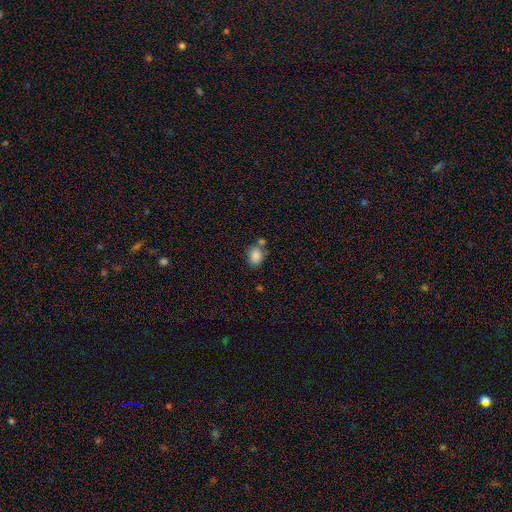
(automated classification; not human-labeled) A smooth galaxy with no disk features (85%) that is in between round and cigar-shaped (60%).

Vote fractions:
- Smooth or featured? smooth: 85% / star or artifact: 9% / featured or disk: 6%
- How rounded? in between: 60% / round: 39% / cigar-shaped: 1%
- Merging? none: 59% / merger: 20% / minor disturbance: 16% / major disturbance: 5%